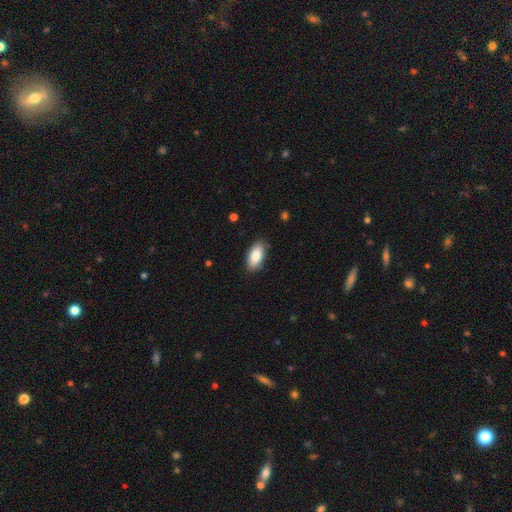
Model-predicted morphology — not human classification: Q: Smooth or featured?
A: smooth (84%); runner-up: featured or disk (10%)
Q: How rounded?
A: in between (91%); runner-up: cigar-shaped (6%)
Q: Merging?
A: none (87%); runner-up: minor disturbance (10%)